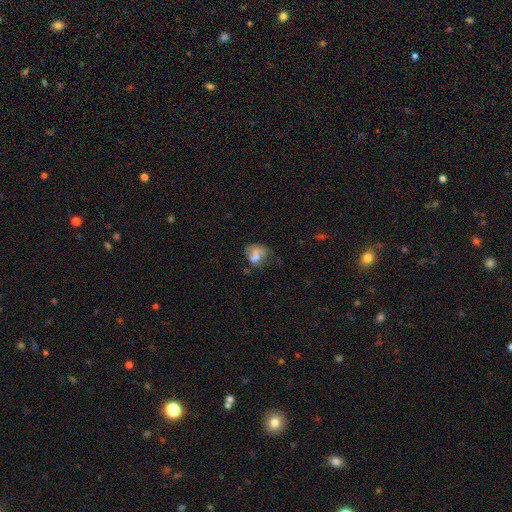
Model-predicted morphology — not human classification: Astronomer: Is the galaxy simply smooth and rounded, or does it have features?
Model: smooth — 56% (runner-up: featured or disk, 31%).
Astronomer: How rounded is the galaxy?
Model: in between — 49%, tied with round at 49%.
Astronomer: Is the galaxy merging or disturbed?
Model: none — 35% (runner-up: major disturbance, 29%).